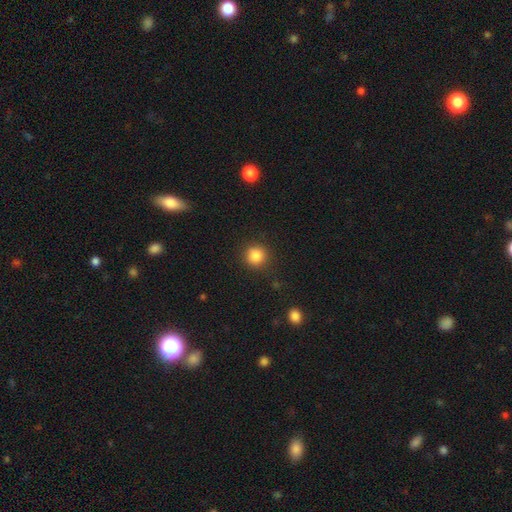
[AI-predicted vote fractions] Smooth or featured? smooth (85%)
How rounded? round (91%)
Merging? none (89%)